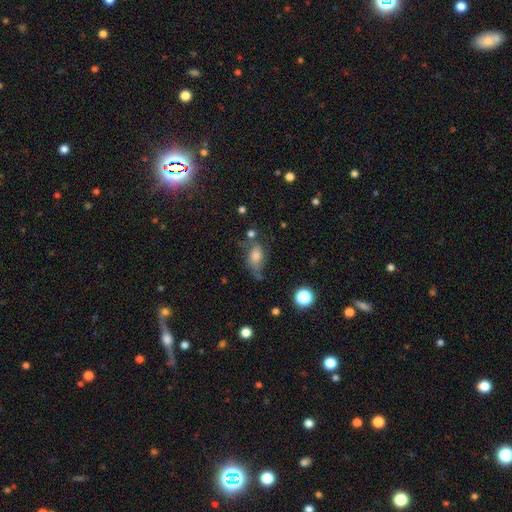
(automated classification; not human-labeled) Smooth or featured?
  - smooth: 56% *
  - featured or disk: 27%
  - star or artifact: 17%
How rounded?
  - in between: 80% *
  - round: 14%
  - cigar-shaped: 6%
Merging?
  - none: 46% *
  - minor disturbance: 28%
  - major disturbance: 19%
  - merger: 8%